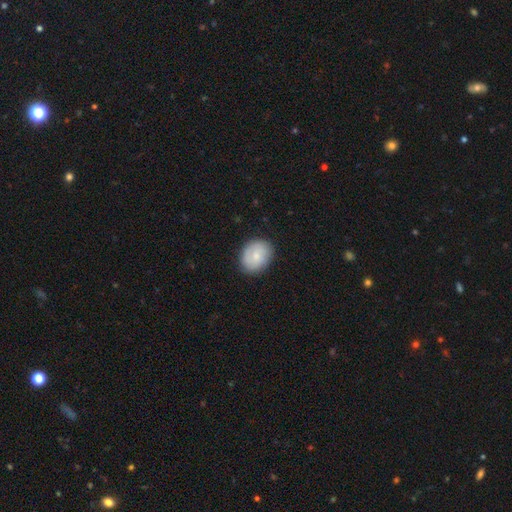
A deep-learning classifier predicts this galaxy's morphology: Smooth or featured: smooth — 71% (featured or disk — 22%)
How rounded: round — 54% (in between — 45%)
Merging: none — 84% (minor disturbance — 12%)